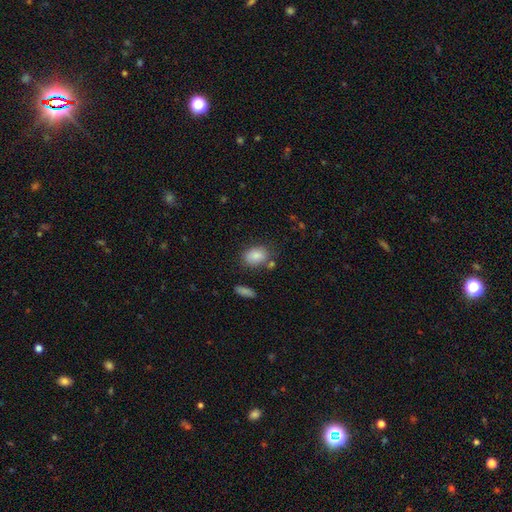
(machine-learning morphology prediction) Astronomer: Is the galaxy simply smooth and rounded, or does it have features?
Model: smooth — 86%.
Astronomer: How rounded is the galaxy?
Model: in between — 80%.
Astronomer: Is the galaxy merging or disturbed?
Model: none — 71%.